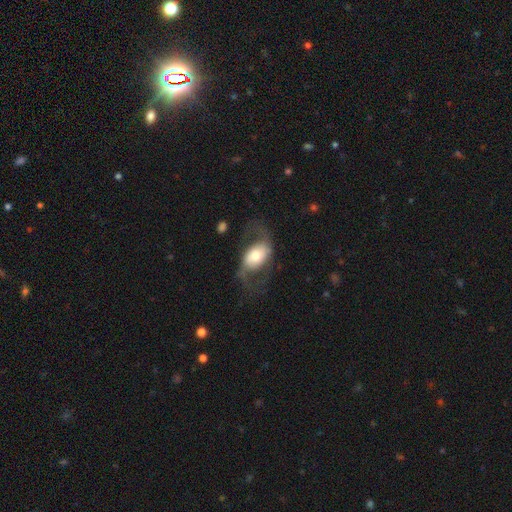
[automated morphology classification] This is likely a featured or disk galaxy (61%). It is clearly not viewed edge-on (93%). Bar: possibly no (55%). Spiral arm pattern: likely yes (74%). Central bulge: possibly moderate (52%). Merging: possibly none (58%).